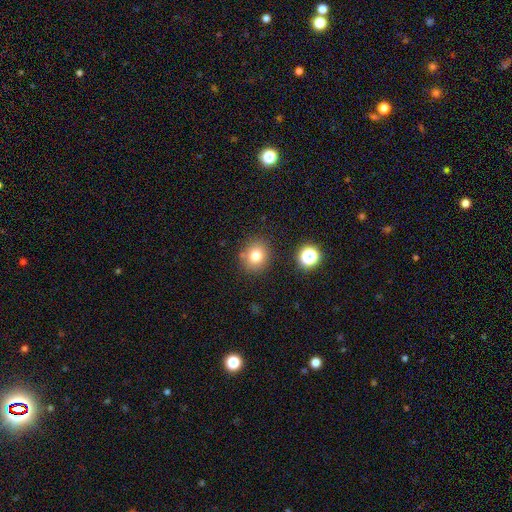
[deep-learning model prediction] smooth-or-featured: smooth: 78% | star or artifact: 13% | featured or disk: 9%
  how-rounded: round: 78% | in between: 21% | cigar-shaped: 1%
  merging: none: 81% | minor disturbance: 11% | merger: 5% | major disturbance: 3%